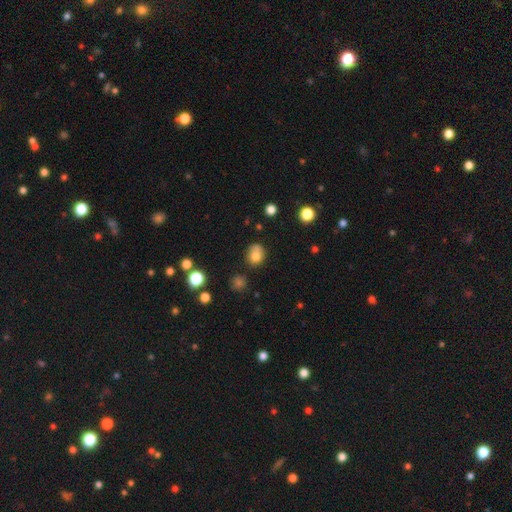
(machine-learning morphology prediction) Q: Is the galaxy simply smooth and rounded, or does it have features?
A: smooth — 80%.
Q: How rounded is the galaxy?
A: round — 55%.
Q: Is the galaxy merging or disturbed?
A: none — 65%.